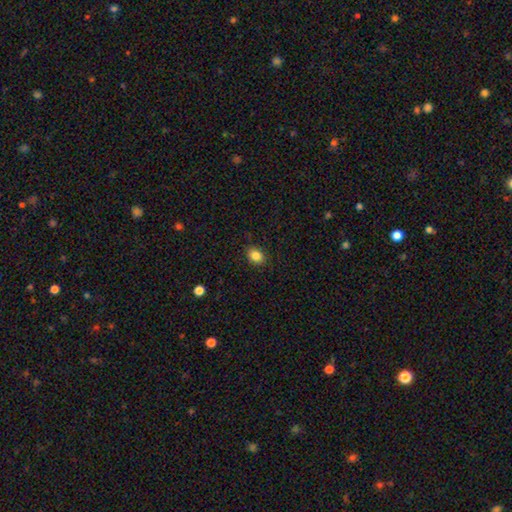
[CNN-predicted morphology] The model was most divided on "how rounded": in between: 57%, round: 42%, cigar-shaped: 1%. More confident: merging — none (87%); smooth or featured — smooth (85%).